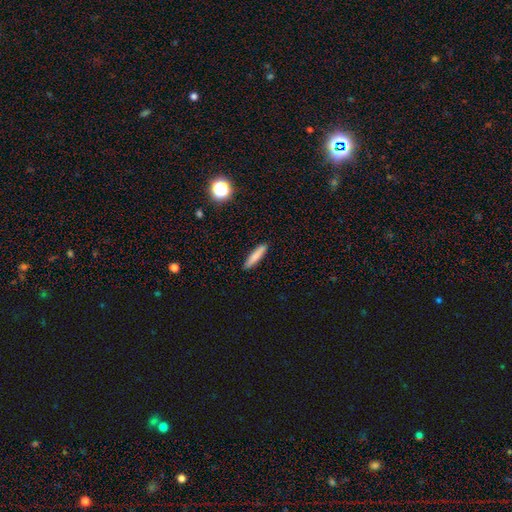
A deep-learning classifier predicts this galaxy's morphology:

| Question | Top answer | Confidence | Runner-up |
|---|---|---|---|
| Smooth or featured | smooth | 80% | featured or disk (13%) |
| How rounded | cigar-shaped | 86% | in between (13%) |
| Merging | none | 90% | minor disturbance (7%) |